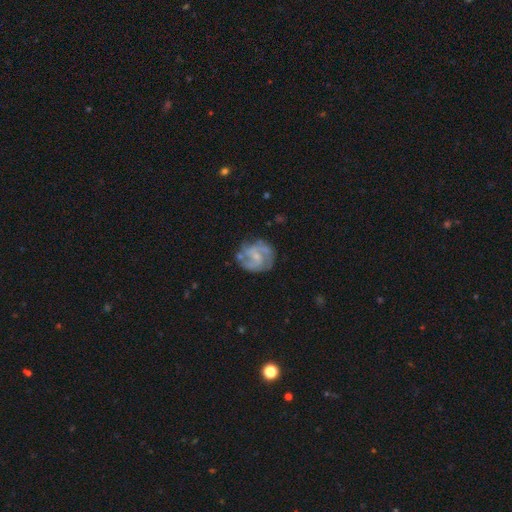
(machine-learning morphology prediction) Smooth or featured? Predicted: featured or disk (p=0.82). Edge-on disk? Predicted: no (p=0.98). Bar? Predicted: weak (p=0.45, tied with no). Spiral arms? Predicted: yes (p=0.93). Spiral winding? Predicted: medium (p=0.51). Spiral arm count? Predicted: 2 (p=0.52). Bulge size? Predicted: small (p=0.65). Merging? Predicted: none (p=0.68).